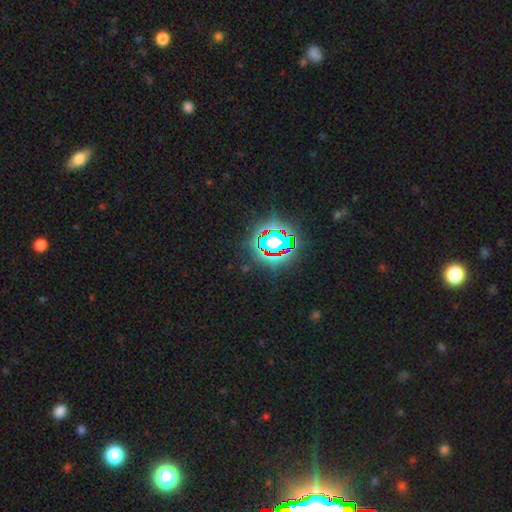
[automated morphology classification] Smooth or featured? Predicted: star or artifact (p=0.82).